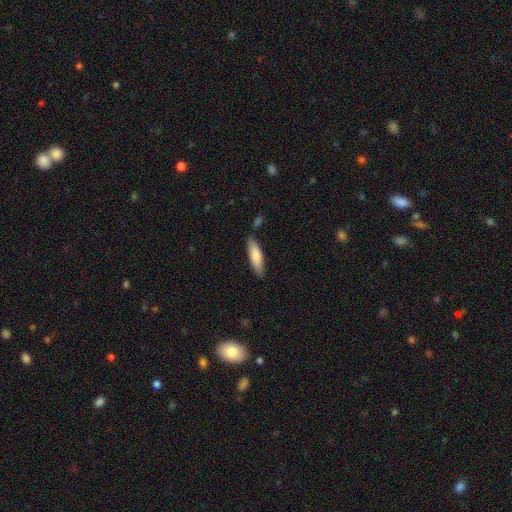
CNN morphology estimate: This appears to be a smooth galaxy with no disk features (81%) that is cigar-shaped (63%). Merging: none (82%).